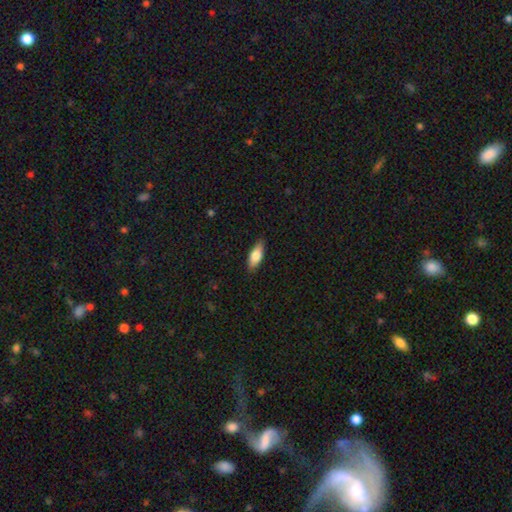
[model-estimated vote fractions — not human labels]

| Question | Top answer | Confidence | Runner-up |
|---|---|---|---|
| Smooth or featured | smooth | 77% | featured or disk (17%) |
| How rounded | in between | 76% | cigar-shaped (22%) |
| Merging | none | 86% | minor disturbance (11%) |